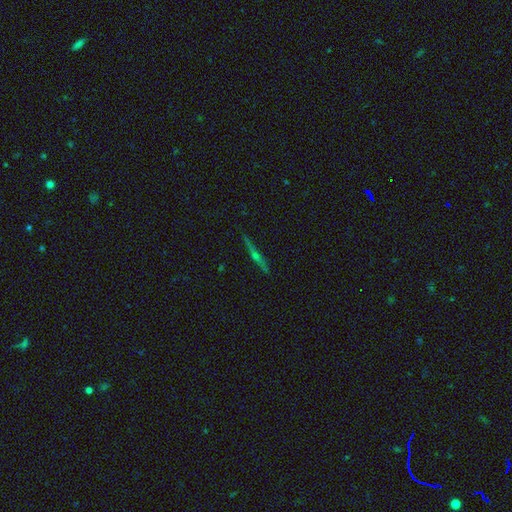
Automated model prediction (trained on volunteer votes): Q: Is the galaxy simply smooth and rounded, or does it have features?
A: featured or disk — 79%.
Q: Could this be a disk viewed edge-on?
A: yes — 98%.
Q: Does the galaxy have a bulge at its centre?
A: rounded — 88%.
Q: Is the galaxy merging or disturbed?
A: none — 91%.